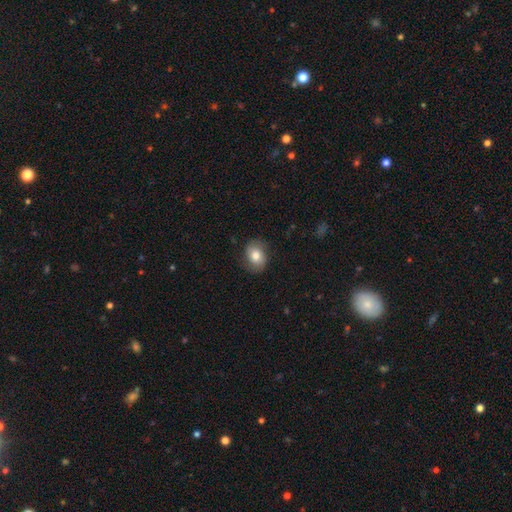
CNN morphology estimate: The model was most divided on "how rounded": in between: 57%, round: 42%, cigar-shaped: 1%. More confident: merging — none (78%); smooth or featured — smooth (73%).